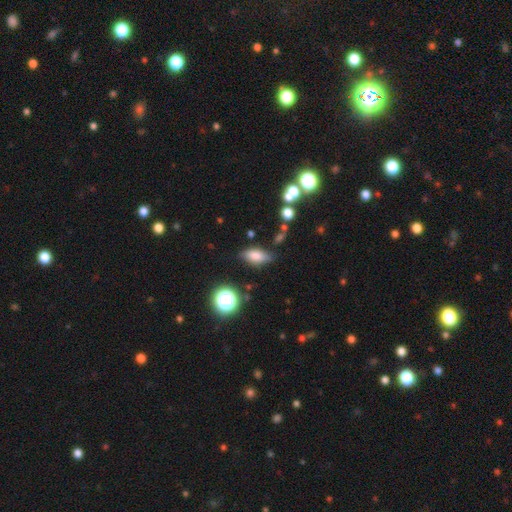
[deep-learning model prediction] A smooth galaxy with no disk features (75%) that is in between round and cigar-shaped (83%). Merging: none (74%).